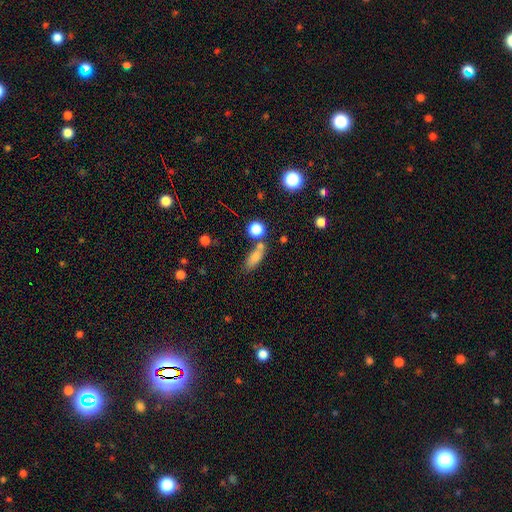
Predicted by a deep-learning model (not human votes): Q: Smooth or featured?
A: smooth (79%); runner-up: star or artifact (11%)
Q: How rounded?
A: in between (66%); runner-up: cigar-shaped (27%)
Q: Merging?
A: none (59%); runner-up: merger (19%)